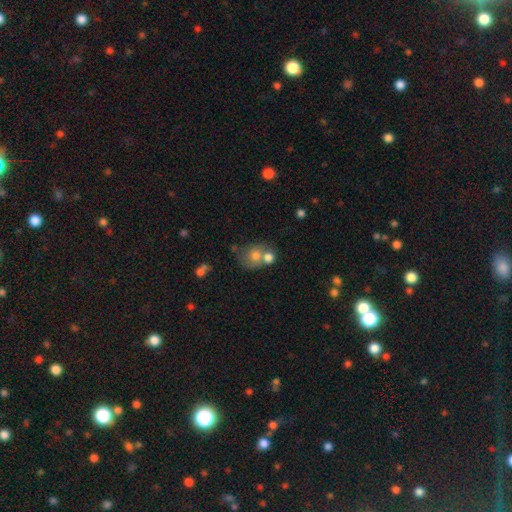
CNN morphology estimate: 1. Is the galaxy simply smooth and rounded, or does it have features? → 68% smooth, 22% featured or disk, 11% star or artifact.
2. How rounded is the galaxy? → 67% round, 32% in between, 1% cigar-shaped.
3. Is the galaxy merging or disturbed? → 45% merger, 36% none, 12% minor disturbance, 7% major disturbance.